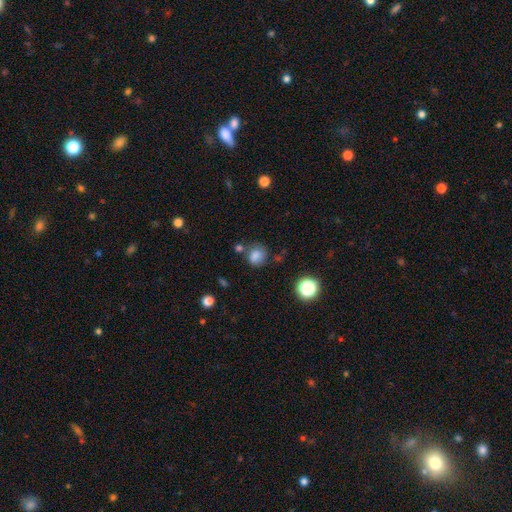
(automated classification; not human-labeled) Smooth or featured? Predicted: smooth (p=0.79). How rounded? Predicted: round (p=0.74). Merging? Predicted: none (p=0.66).